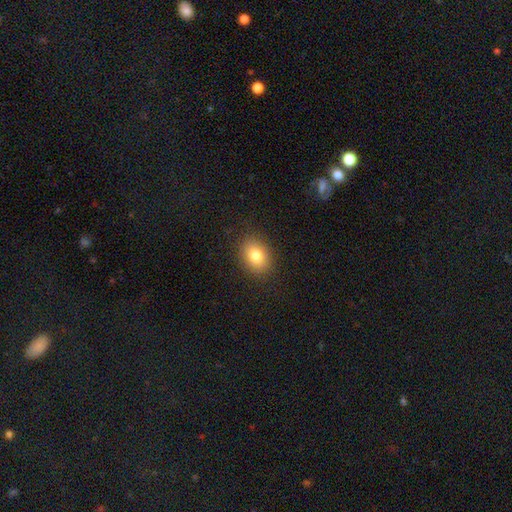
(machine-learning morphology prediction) Overall: smooth (80%). How rounded: in between (61%; round 38%). Merging: none (88%).